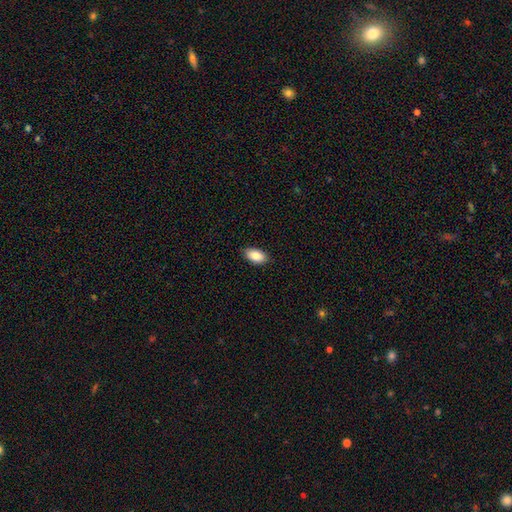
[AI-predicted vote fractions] This is clearly a smooth galaxy (86%). How rounded: clearly in between (94%). Merging: clearly none (88%).